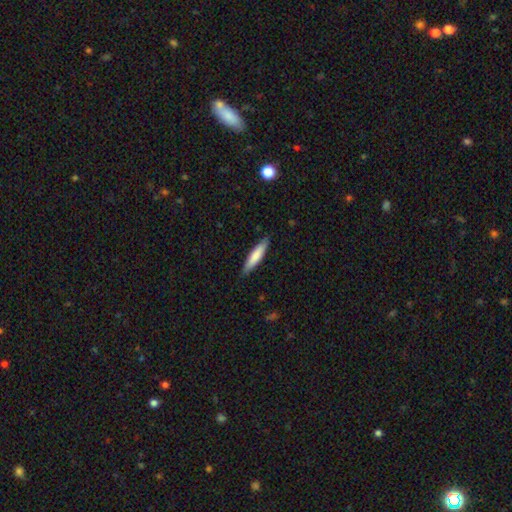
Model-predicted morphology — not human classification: type=smooth (75%); roundness=cigar-shaped (82%); merging=none (87%).